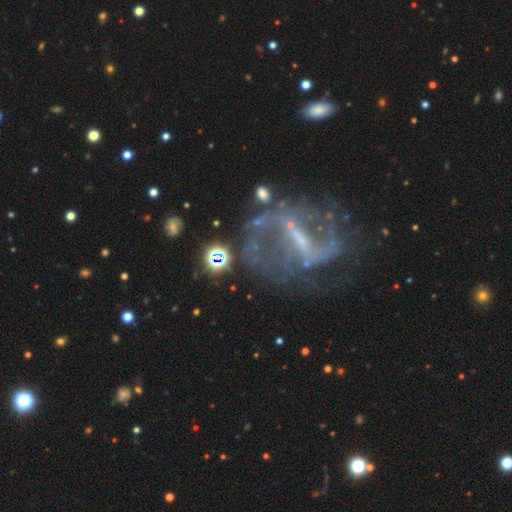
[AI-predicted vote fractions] Overall: featured or disk (82%). Edge-on disk: no (94%). Bar: strong (58%; weak 31%). Spiral arms: yes (83%). Spiral arm count: 2 (72%). Spiral winding: loose (48%; medium 36%). Bulge size: small (54%; none 29%). Merging: none (58%; major disturbance 19%).